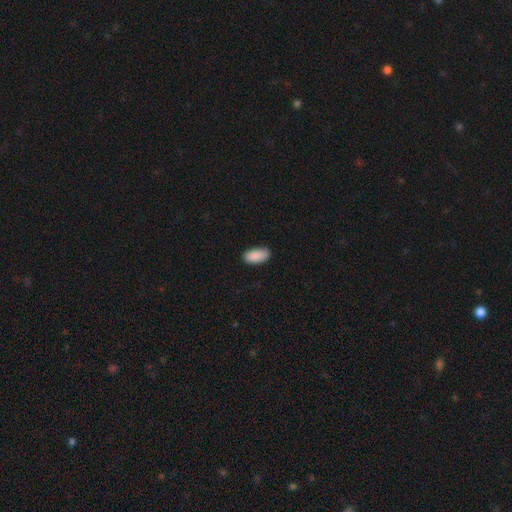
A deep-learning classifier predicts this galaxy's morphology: This appears to be a smooth galaxy with no disk features (90%) that is in between round and cigar-shaped (94%). Merging: none (80%).